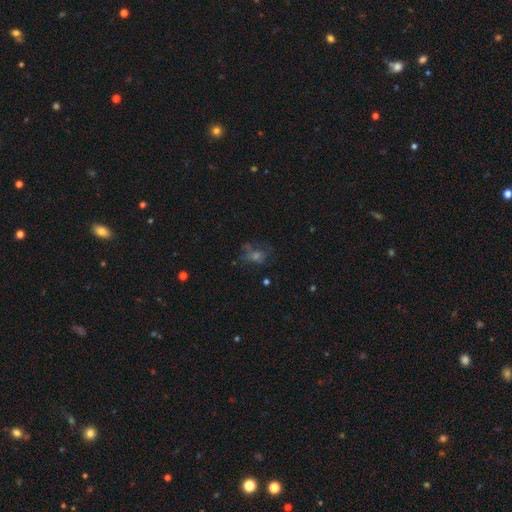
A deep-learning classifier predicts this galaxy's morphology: Smooth or featured? smooth (38%)
Merging? none (58%)